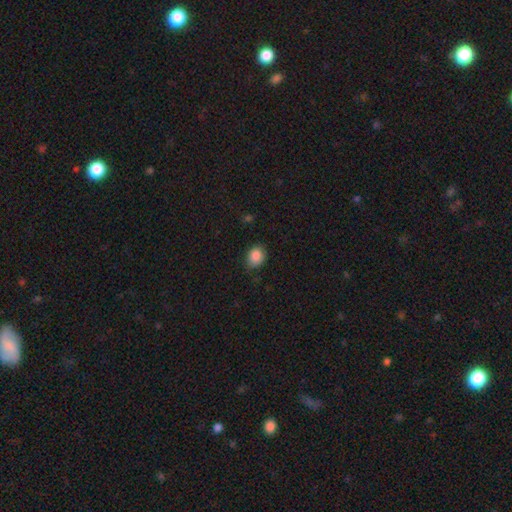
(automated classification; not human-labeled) A smooth galaxy with no disk features (86%) that is round (52%). Merging: none (75%).